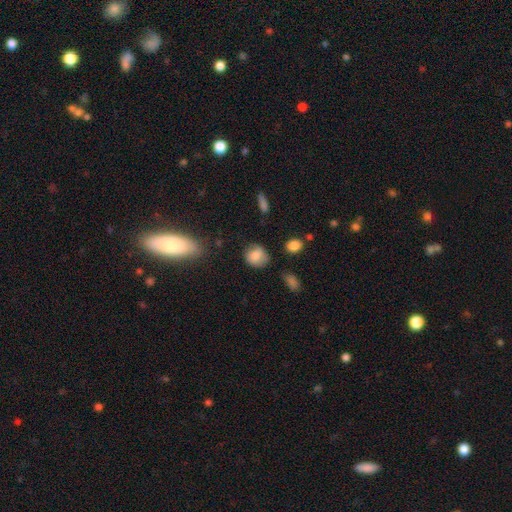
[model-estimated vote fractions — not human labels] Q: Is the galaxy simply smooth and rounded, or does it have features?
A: smooth — 79%.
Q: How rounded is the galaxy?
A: round — 69%.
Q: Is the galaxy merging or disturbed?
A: none — 73%.